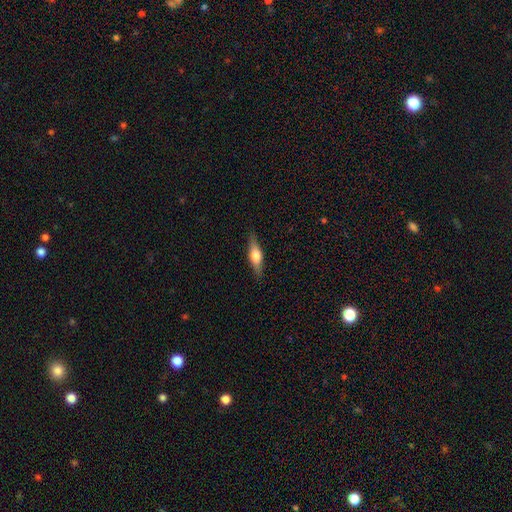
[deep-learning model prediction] This appears to be a smooth galaxy with no disk features (48%). Merging: none (88%).